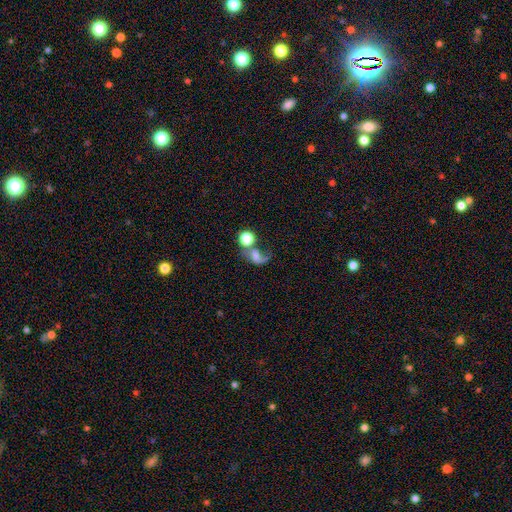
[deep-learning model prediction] This appears to be a smooth galaxy with no disk features (49%). Merging: merger (41%).